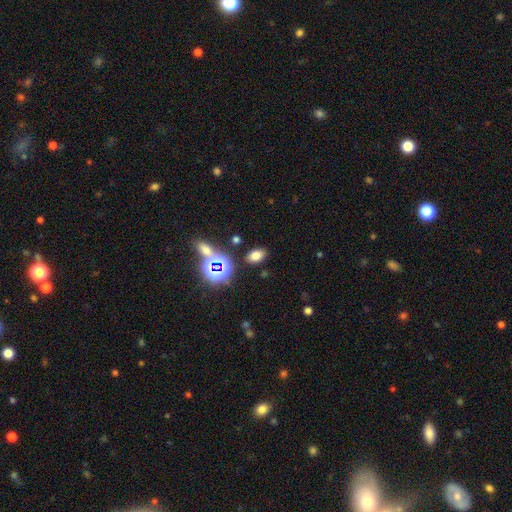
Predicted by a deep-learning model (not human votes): smooth 70%, star or artifact 22%, featured or disk 8%. Down the decision tree: how rounded — in between (85%); merging — none (85%).